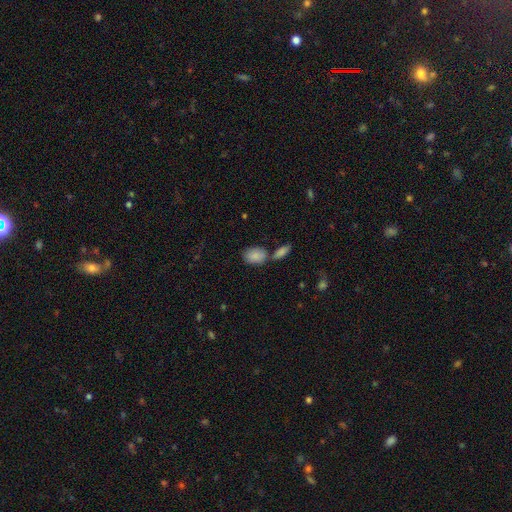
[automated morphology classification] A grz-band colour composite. It shows a smooth galaxy with no disk features (86%) that is in between round and cigar-shaped (86%). Merging: none (54%).